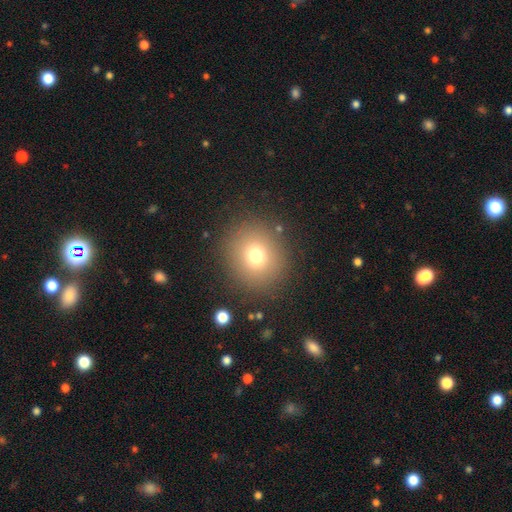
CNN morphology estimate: Smooth or featured? smooth (73%)
How rounded? round (86%)
Merging? none (86%)